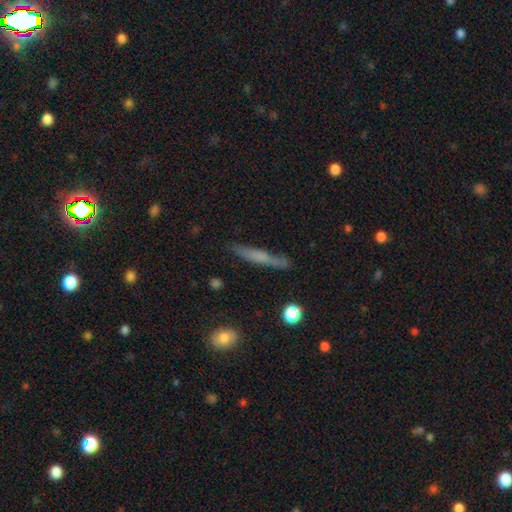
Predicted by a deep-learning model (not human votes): Overall: featured or disk (44%; smooth 43%). Merging: none (82%).